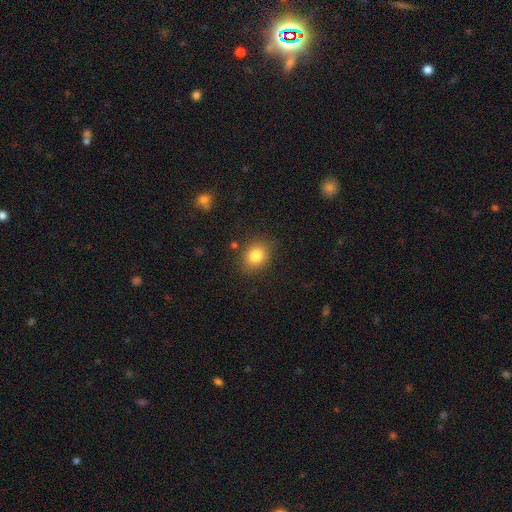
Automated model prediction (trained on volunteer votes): This is clearly a smooth galaxy (81%). How rounded: possibly round (57%). Merging: clearly none (84%).